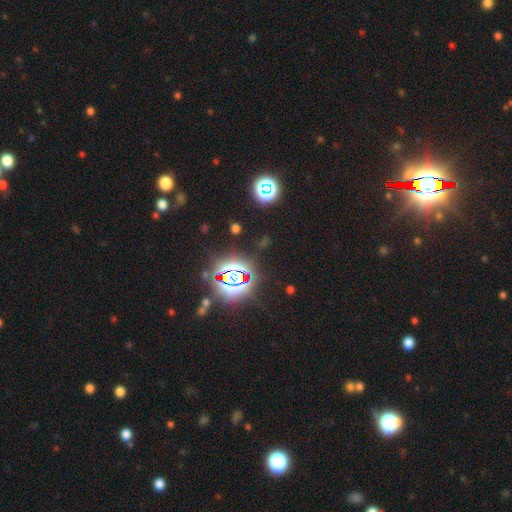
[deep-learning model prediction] smooth_or_featured: star or artifact (p=0.82) [alt: smooth p=0.12]